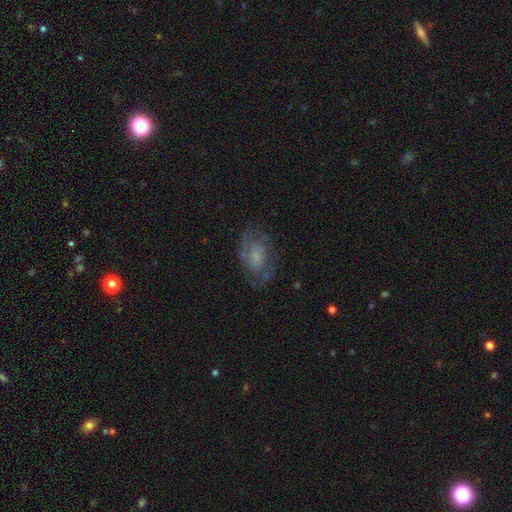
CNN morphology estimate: This appears to be a featured or disk galaxy (55%) with no bar (71%), spiral arms (68%) and a small central bulge (41%). Merging: none (64%).